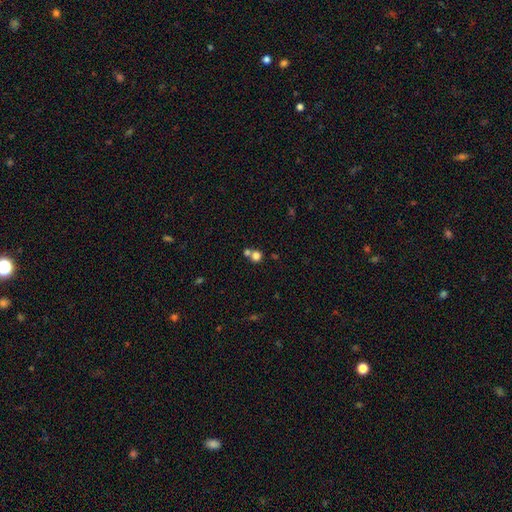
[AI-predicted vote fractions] The model was most divided on "merging": none: 49%, merger: 40%, minor disturbance: 7%, major disturbance: 4%. More confident: how rounded — round (84%); smooth or featured — smooth (76%).